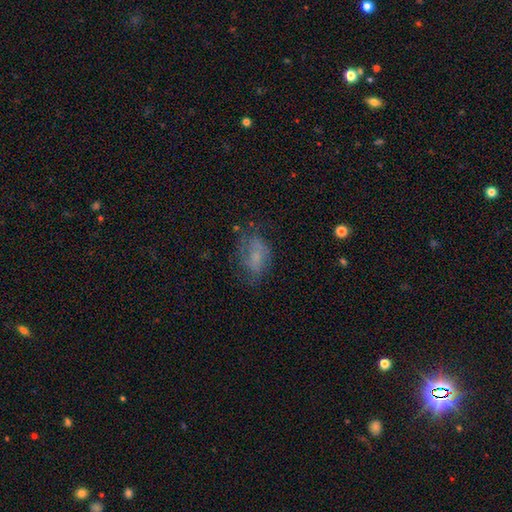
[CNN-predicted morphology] smooth 50%, featured or disk 37%, star or artifact 13%. Down the decision tree: how rounded — in between (83%); merging — none (52%).